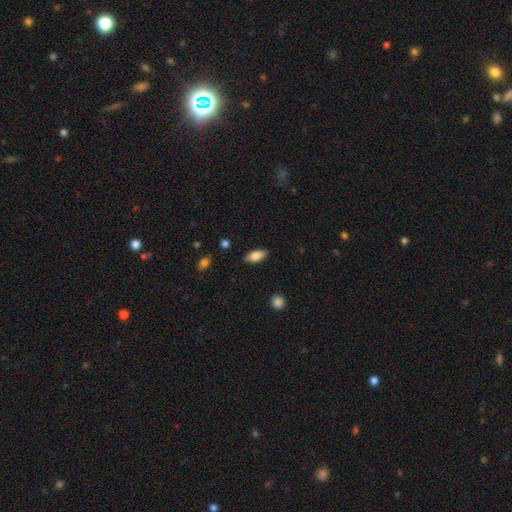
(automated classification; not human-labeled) Smooth or featured?
  - smooth: 80% *
  - featured or disk: 14%
  - star or artifact: 7%
How rounded?
  - in between: 88% *
  - cigar-shaped: 10%
  - round: 2%
Merging?
  - none: 87% *
  - minor disturbance: 10%
  - major disturbance: 2%
  - merger: 1%